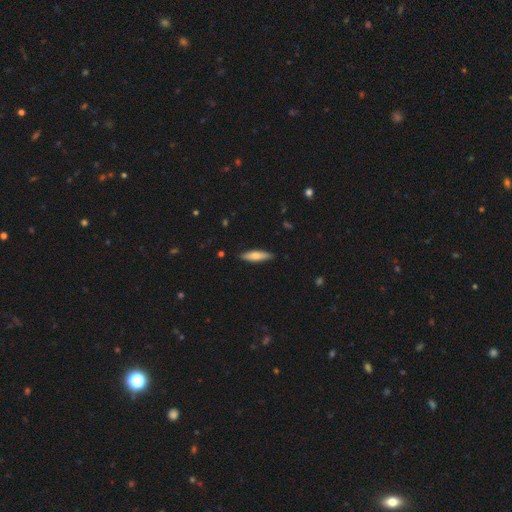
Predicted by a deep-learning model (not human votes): This appears to be a smooth galaxy with no disk features (65%) that is cigar-shaped (71%). Merging: none (88%).